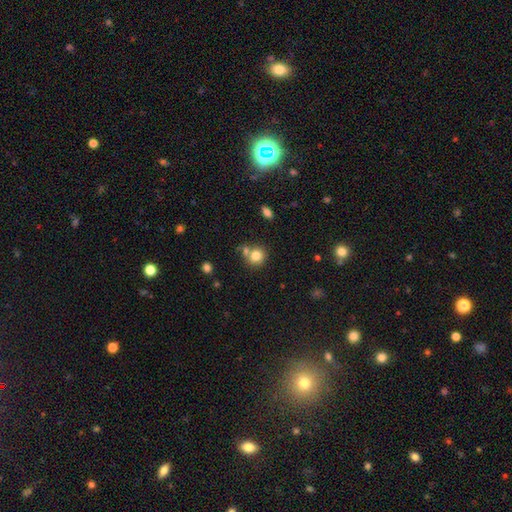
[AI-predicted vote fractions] Q: Smooth or featured?
A: smooth (80%); runner-up: star or artifact (11%)
Q: How rounded?
A: round (83%); runner-up: in between (16%)
Q: Merging?
A: none (55%); runner-up: merger (30%)